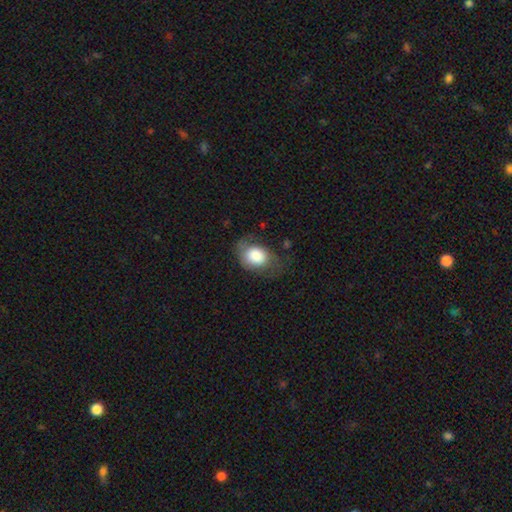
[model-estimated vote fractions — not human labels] Smooth or featured?
  - smooth: 77% *
  - featured or disk: 16%
  - star or artifact: 7%
How rounded?
  - in between: 61% *
  - round: 38%
  - cigar-shaped: 1%
Merging?
  - none: 47% *
  - minor disturbance: 32%
  - major disturbance: 19%
  - merger: 2%